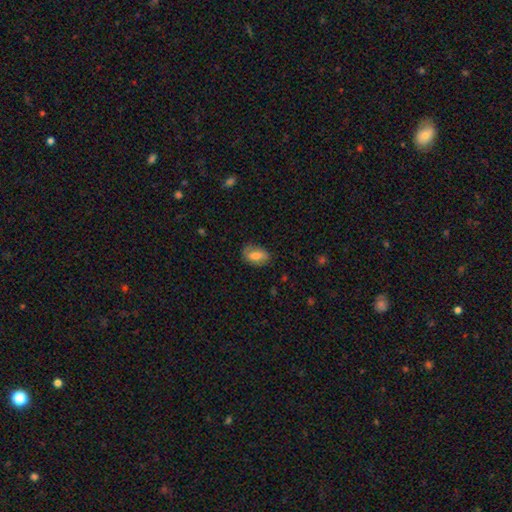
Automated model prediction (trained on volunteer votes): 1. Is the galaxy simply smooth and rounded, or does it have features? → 71% smooth, 22% featured or disk, 7% star or artifact.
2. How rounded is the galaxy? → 85% in between, 13% round, 2% cigar-shaped.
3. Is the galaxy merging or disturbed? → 74% none, 19% minor disturbance, 5% major disturbance, 1% merger.